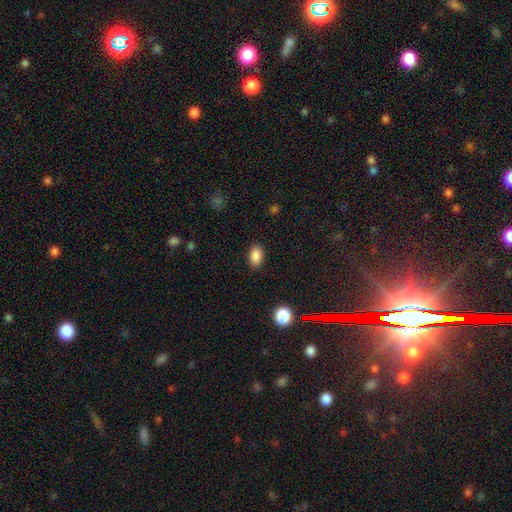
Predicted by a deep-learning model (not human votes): A smooth galaxy with no disk features (88%) that is in between round and cigar-shaped (89%).

Vote fractions:
- Smooth or featured? smooth: 88% / star or artifact: 9% / featured or disk: 3%
- How rounded? in between: 89% / round: 9% / cigar-shaped: 1%
- Merging? none: 88% / minor disturbance: 9% / major disturbance: 2% / merger: 1%